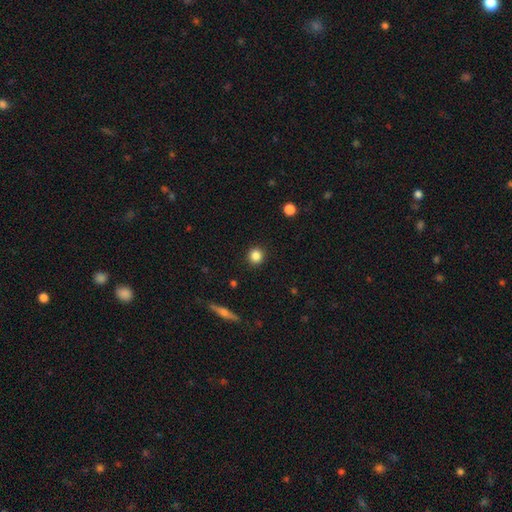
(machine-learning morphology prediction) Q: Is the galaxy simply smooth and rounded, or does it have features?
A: smooth — 85%.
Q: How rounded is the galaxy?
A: round — 91%.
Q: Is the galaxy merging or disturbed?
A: none — 92%.